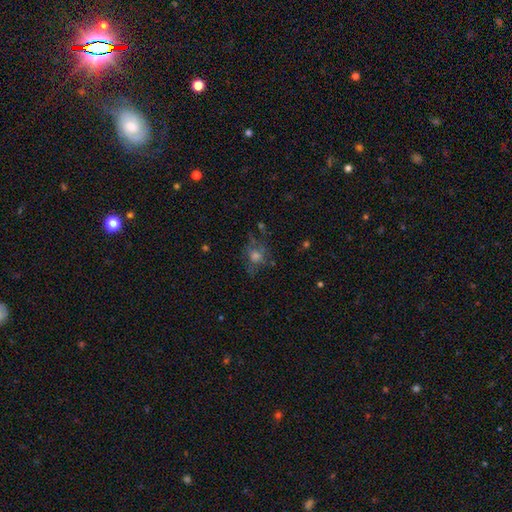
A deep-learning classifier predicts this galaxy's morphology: The model was most divided on "smooth or featured": featured or disk: 39%, smooth: 38%, star or artifact: 24%. More confident: merging — none (60%).